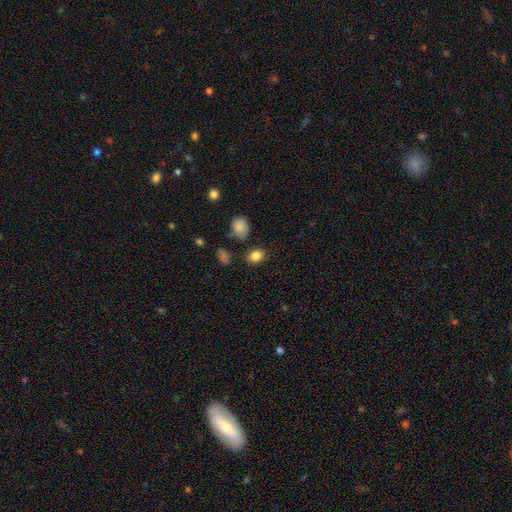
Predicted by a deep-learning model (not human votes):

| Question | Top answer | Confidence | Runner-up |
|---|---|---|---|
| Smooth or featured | smooth | 85% | star or artifact (10%) |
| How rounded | in between | 53% | round (46%) |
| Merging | none | 81% | minor disturbance (12%) |